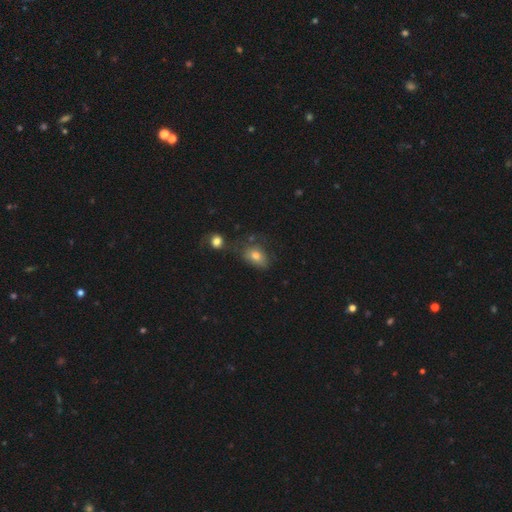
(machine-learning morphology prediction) Overall: smooth (75%). How rounded: in between (75%). Merging: none (52%; minor disturbance 24%).